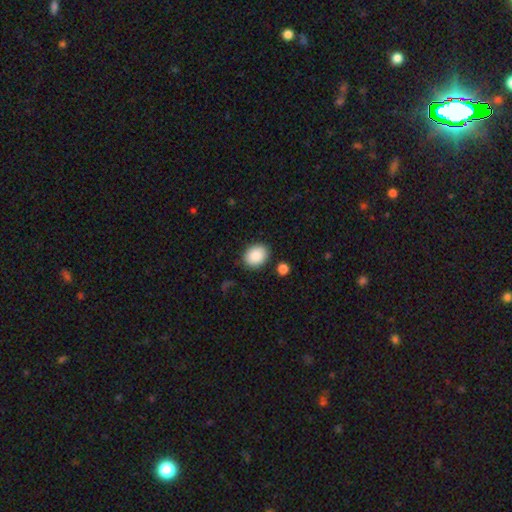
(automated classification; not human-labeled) The model was most divided on "how rounded": round: 51%, in between: 48%, cigar-shaped: 1%. More confident: smooth or featured — smooth (90%); merging — none (85%).